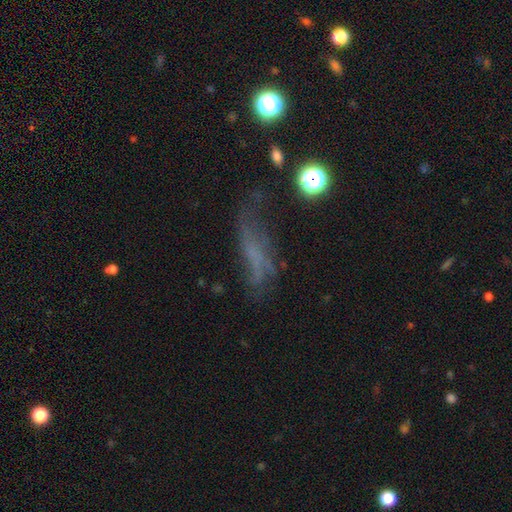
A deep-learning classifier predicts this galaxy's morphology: Smooth or featured?
  - featured or disk: 42% *
  - smooth: 36%
  - star or artifact: 22%
Merging?
  - none: 40% *
  - major disturbance: 30%
  - minor disturbance: 25%
  - merger: 5%